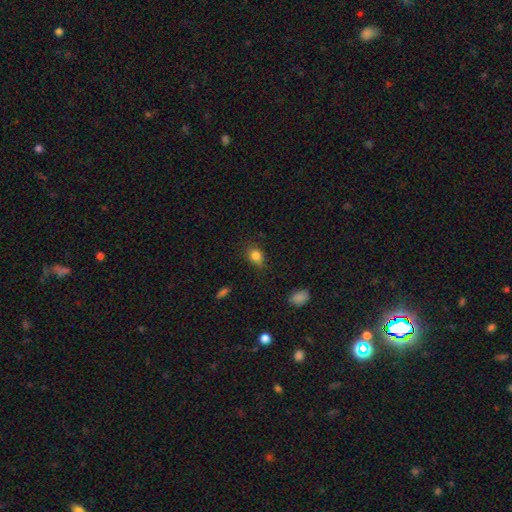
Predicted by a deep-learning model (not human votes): smooth 82%, star or artifact 12%, featured or disk 7%. Down the decision tree: how rounded — round (49%, tied with in between); merging — none (66%).